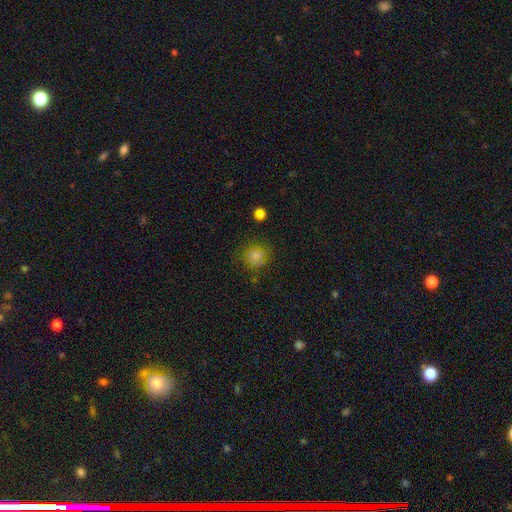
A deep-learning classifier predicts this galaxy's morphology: smooth 77%, star or artifact 12%, featured or disk 11%. Down the decision tree: how rounded — round (84%); merging — none (72%).